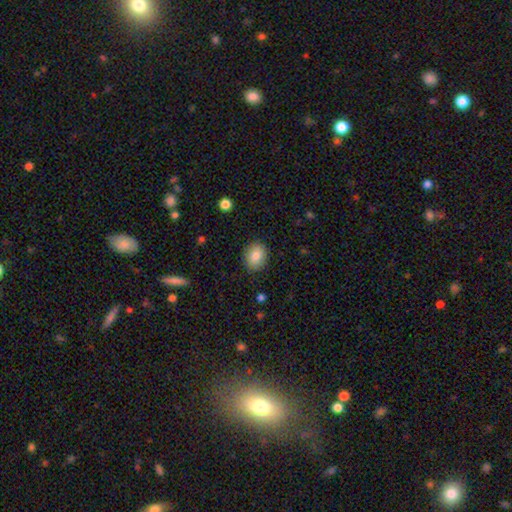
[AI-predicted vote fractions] Smooth or featured: smooth — 85% (star or artifact — 8%)
How rounded: in between — 56% (round — 43%)
Merging: none — 88% (minor disturbance — 9%)